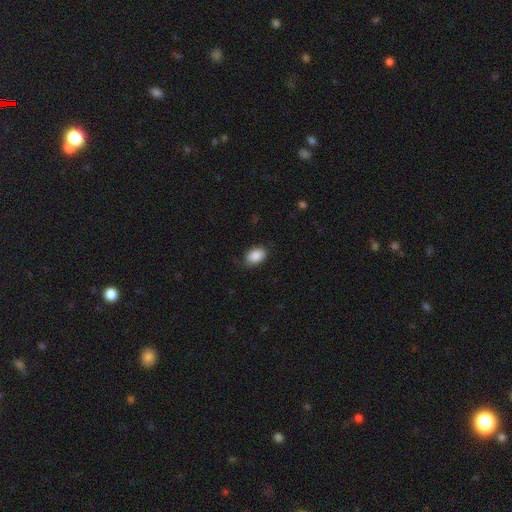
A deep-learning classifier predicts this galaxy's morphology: Smooth or featured? smooth (88%)
How rounded? in between (83%)
Merging? none (77%)